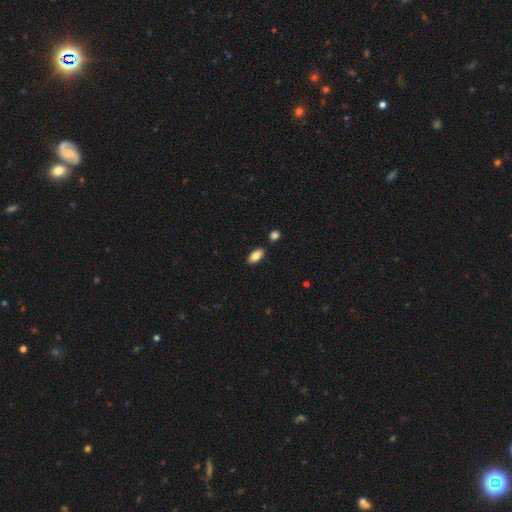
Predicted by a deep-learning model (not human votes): This appears to be a smooth galaxy with no disk features (85%) that is in between round and cigar-shaped (92%). Merging: none (86%).